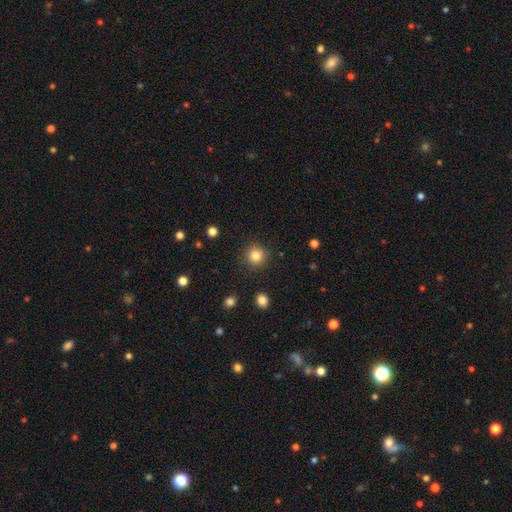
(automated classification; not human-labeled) A smooth galaxy with no disk features (83%) that is round (93%).

Vote fractions:
- Smooth or featured? smooth: 83% / star or artifact: 11% / featured or disk: 5%
- How rounded? round: 93% / in between: 6% / cigar-shaped: 1%
- Merging? none: 89% / minor disturbance: 7% / major disturbance: 2% / merger: 2%